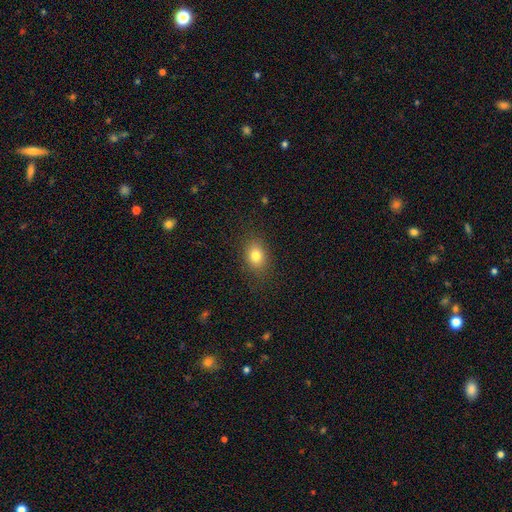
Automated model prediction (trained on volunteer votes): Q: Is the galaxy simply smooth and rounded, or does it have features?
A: smooth — 80%.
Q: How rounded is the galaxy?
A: in between — 62%.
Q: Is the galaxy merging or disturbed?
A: none — 85%.